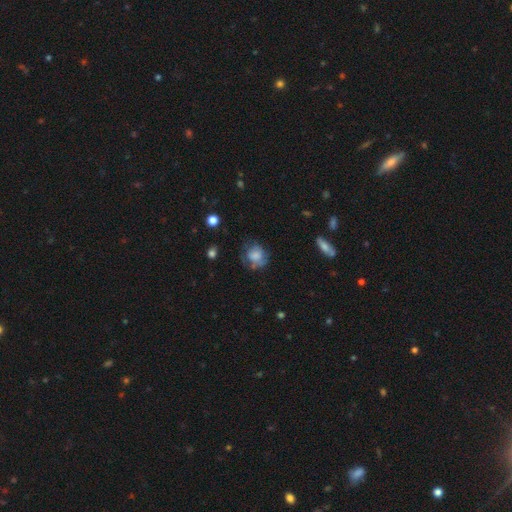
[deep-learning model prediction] Smooth or featured? smooth (62%)
How rounded? round (75%)
Merging? none (56%)